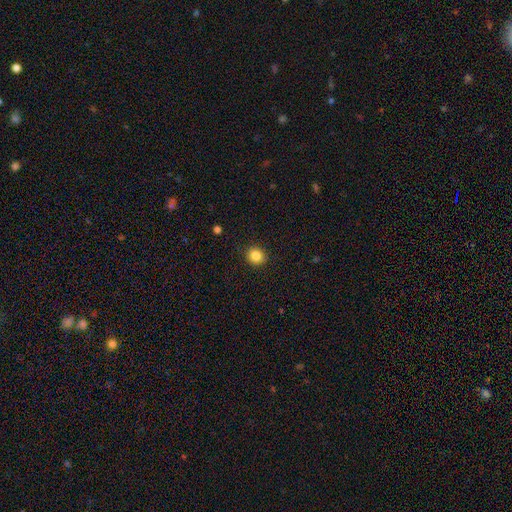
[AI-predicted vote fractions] smooth-or-featured: smooth: 85% | star or artifact: 11% | featured or disk: 5%
  how-rounded: round: 85% | in between: 15% | cigar-shaped: 1%
  merging: none: 90% | minor disturbance: 7% | major disturbance: 2% | merger: 1%